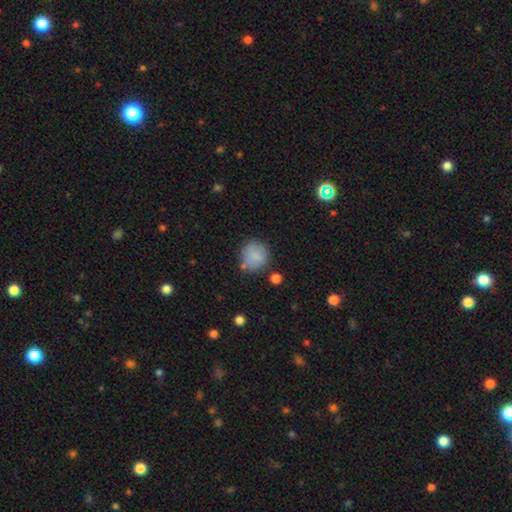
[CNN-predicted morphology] Overall: smooth (84%). How rounded: round (86%). Merging: none (73%).